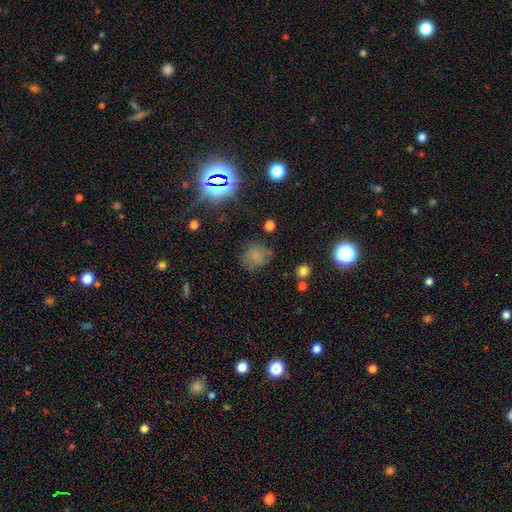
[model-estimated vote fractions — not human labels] Q: Smooth or featured?
A: smooth (68%); runner-up: star or artifact (21%)
Q: How rounded?
A: round (80%); runner-up: in between (19%)
Q: Merging?
A: none (73%); runner-up: minor disturbance (18%)